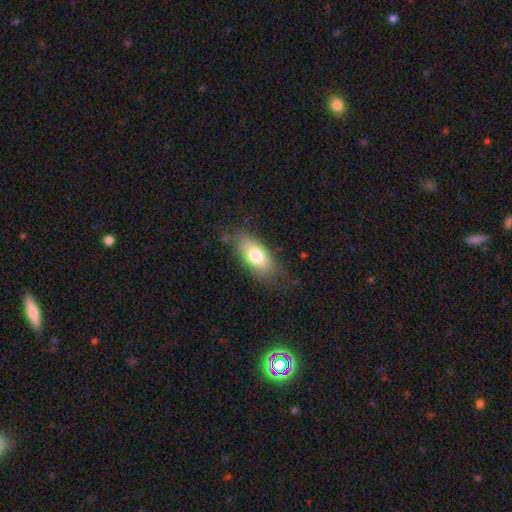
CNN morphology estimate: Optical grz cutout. It shows a smooth galaxy with no disk features (74%) that is in between round and cigar-shaped (84%). Merging: none (70%).